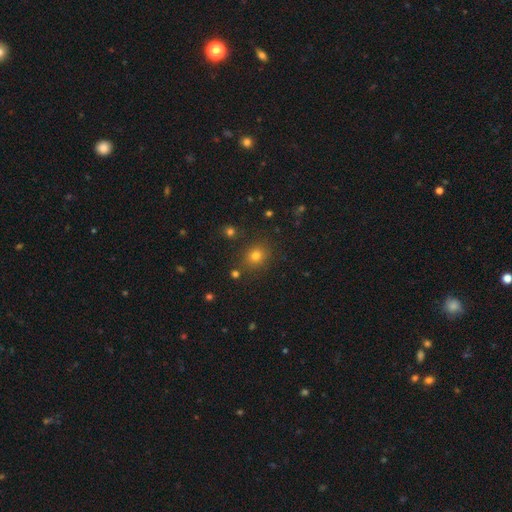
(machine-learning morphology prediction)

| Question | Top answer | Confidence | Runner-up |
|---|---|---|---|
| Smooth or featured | smooth | 75% | star or artifact (18%) |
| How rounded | round | 73% | in between (26%) |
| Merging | none | 84% | minor disturbance (9%) |